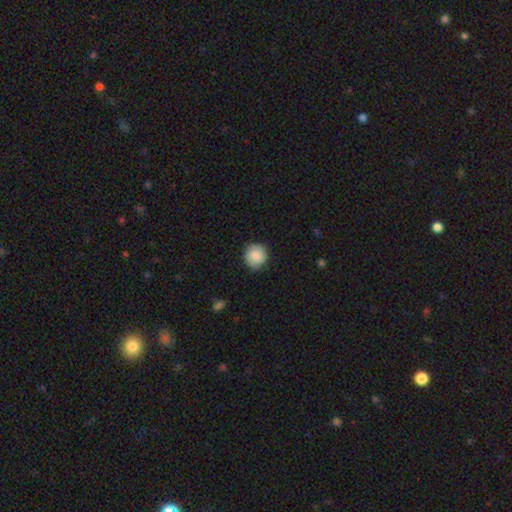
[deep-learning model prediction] smooth_or_featured: smooth (p=0.81) [alt: featured or disk p=0.12]
how_rounded: round (p=0.88) [alt: in between p=0.11]
merging: none (p=0.80) [alt: minor disturbance p=0.16]